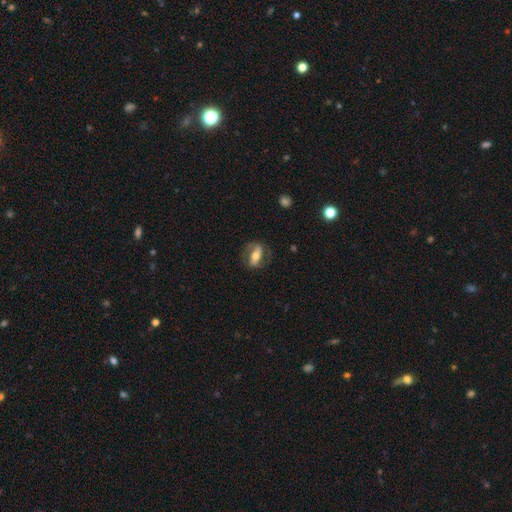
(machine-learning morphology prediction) smooth-or-featured: featured or disk: 61% | smooth: 32% | star or artifact: 7%
  disk-edge-on: no: 85% | yes: 15%
    bar: strong: 54% | weak: 23% | no: 23%
    has-spiral-arms: yes: 75% | no: 25%
    bulge-size: moderate: 65% | small: 21% | large: 11% | dominant: 2% | none: 2%
  merging: none: 73% | minor disturbance: 16% | major disturbance: 9% | merger: 1%